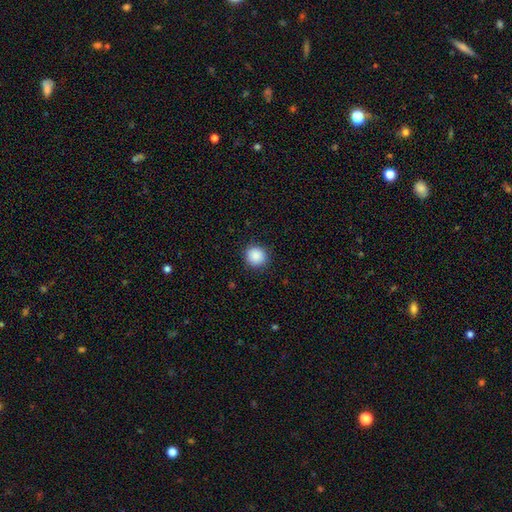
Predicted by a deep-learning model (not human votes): smooth_or_featured: smooth (p=0.89) [alt: star or artifact p=0.08]
how_rounded: round (p=0.92) [alt: in between p=0.07]
merging: none (p=0.90) [alt: minor disturbance p=0.07]